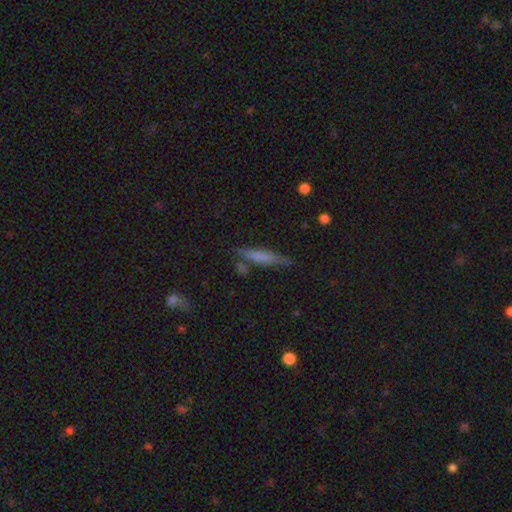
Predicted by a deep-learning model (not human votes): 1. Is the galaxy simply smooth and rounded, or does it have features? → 58% smooth, 33% featured or disk, 9% star or artifact.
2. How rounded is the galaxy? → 89% cigar-shaped, 9% in between, 2% round.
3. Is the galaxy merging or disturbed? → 76% none, 15% minor disturbance, 5% merger, 4% major disturbance.